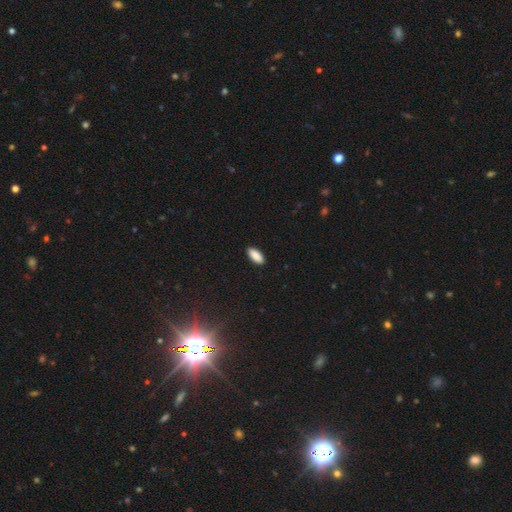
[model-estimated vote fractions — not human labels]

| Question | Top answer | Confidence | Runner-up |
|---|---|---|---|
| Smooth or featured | smooth | 90% | star or artifact (6%) |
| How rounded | in between | 82% | cigar-shaped (16%) |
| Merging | none | 90% | minor disturbance (7%) |